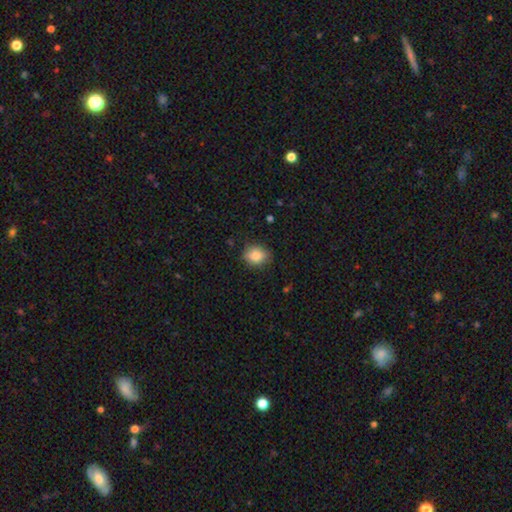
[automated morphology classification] smooth-or-featured: smooth: 83% | star or artifact: 9% | featured or disk: 8%
  how-rounded: round: 58% | in between: 40% | cigar-shaped: 1%
  merging: none: 80% | minor disturbance: 16% | major disturbance: 3% | merger: 1%